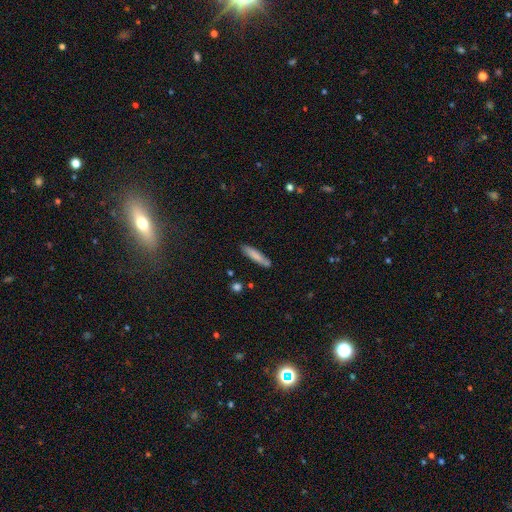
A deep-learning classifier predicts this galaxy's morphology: Smooth or featured? Predicted: smooth (p=0.78). How rounded? Predicted: cigar-shaped (p=0.84). Merging? Predicted: none (p=0.81).